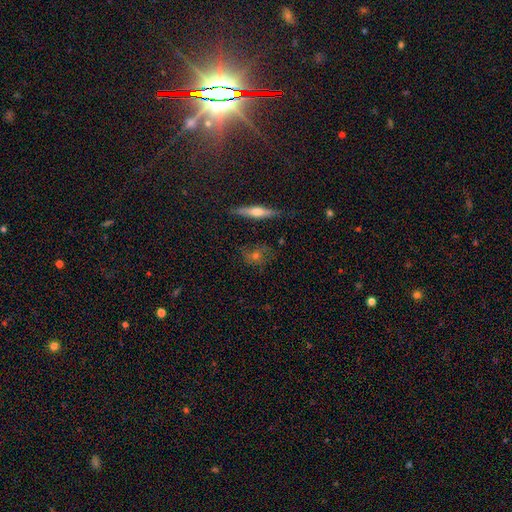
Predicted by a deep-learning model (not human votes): The model was most divided on "smooth or featured": featured or disk: 46%, smooth: 34%, star or artifact: 20%. More confident: merging — none (79%).